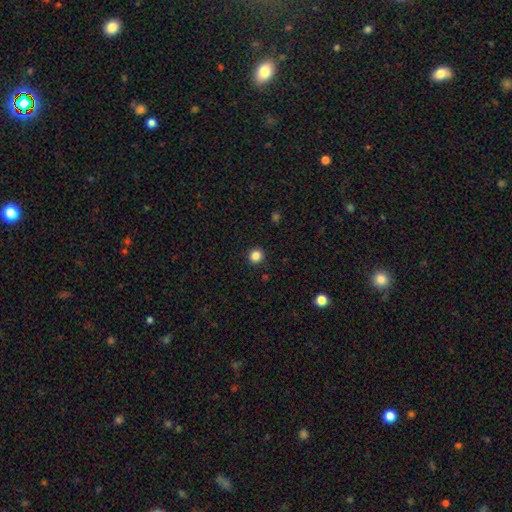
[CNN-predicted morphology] type=smooth (85%); roundness=round (90%); merging=none (92%).